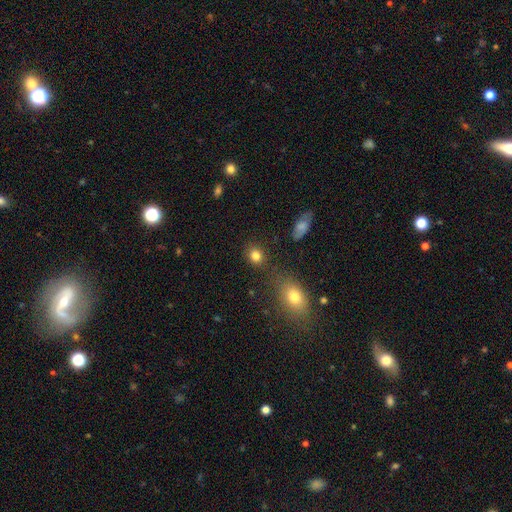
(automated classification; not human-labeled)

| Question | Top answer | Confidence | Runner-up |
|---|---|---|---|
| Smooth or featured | smooth | 83% | star or artifact (11%) |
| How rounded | round | 65% | in between (34%) |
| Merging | none | 81% | minor disturbance (10%) |